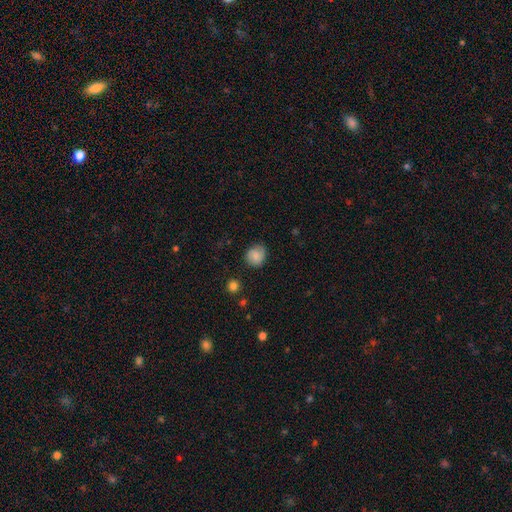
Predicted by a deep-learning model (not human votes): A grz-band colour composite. It shows a smooth galaxy with no disk features (73%) that is round (77%). Merging: none (78%).